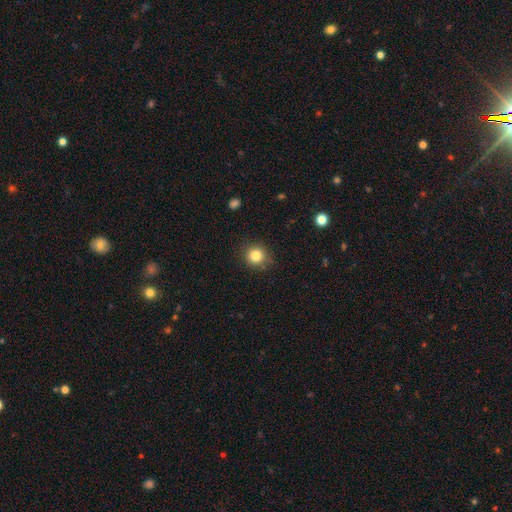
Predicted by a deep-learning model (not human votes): Smooth or featured? Predicted: smooth (p=0.83). How rounded? Predicted: round (p=0.91). Merging? Predicted: none (p=0.83).